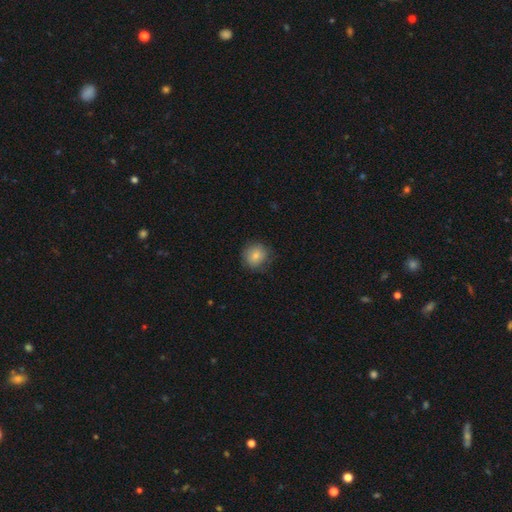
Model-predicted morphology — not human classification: smooth_or_featured: smooth (p=0.79) [alt: featured or disk p=0.11]
how_rounded: round (p=0.90) [alt: in between p=0.09]
merging: none (p=0.78) [alt: minor disturbance p=0.16]